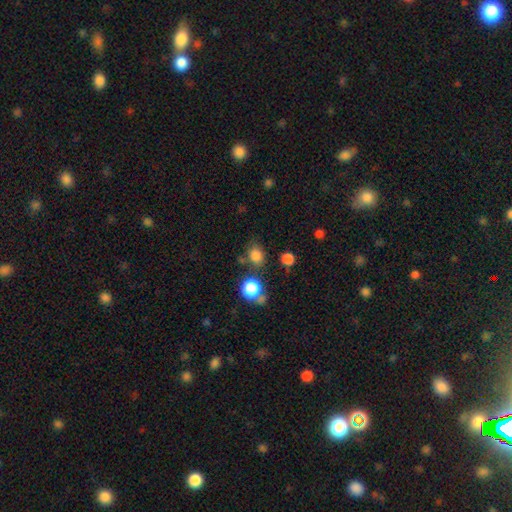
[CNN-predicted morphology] Smooth or featured? smooth (80%)
How rounded? round (60%)
Merging? none (69%)